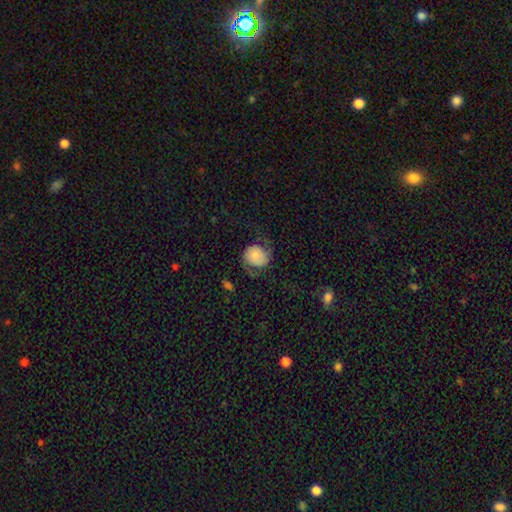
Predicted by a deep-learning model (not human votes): Smooth or featured: featured or disk — 57% (smooth — 35%)
Edge-on disk: no — 97% (yes — 3%)
Bar: no — 77% (weak — 18%)
Spiral arms: yes — 88% (no — 12%)
Bulge size: small — 45% (moderate — 31%)
Merging: none — 64% (minor disturbance — 17%)